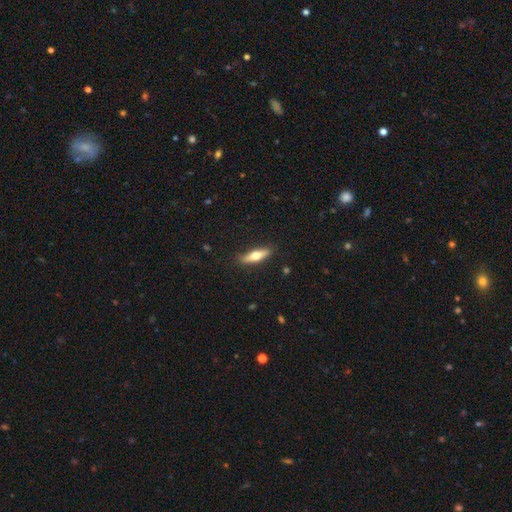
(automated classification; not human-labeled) Q: Smooth or featured?
A: smooth (54%); runner-up: featured or disk (40%)
Q: How rounded?
A: cigar-shaped (65%); runner-up: in between (33%)
Q: Merging?
A: none (88%); runner-up: minor disturbance (9%)